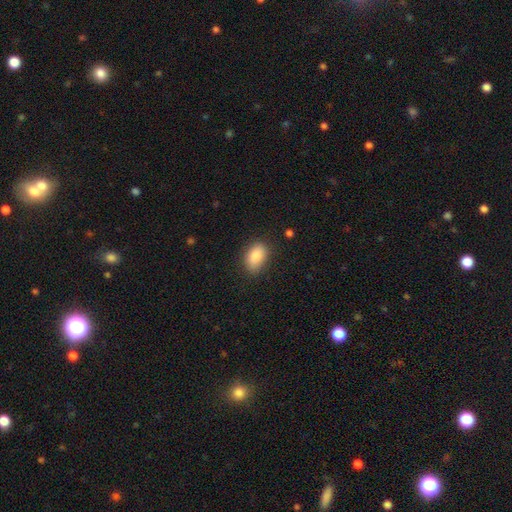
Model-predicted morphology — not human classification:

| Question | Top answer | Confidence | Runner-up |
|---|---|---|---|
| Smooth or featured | smooth | 87% | star or artifact (7%) |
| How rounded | in between | 88% | round (10%) |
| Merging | none | 81% | minor disturbance (14%) |